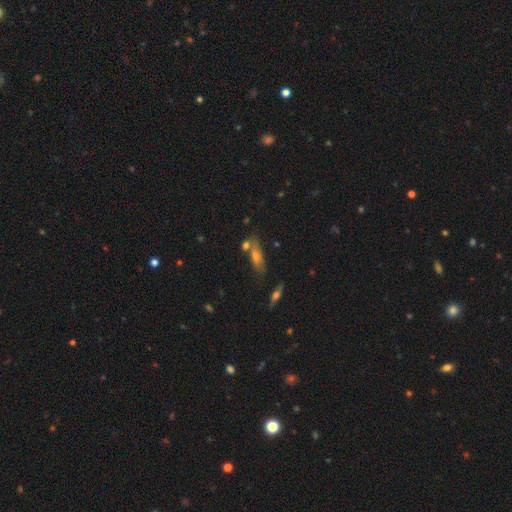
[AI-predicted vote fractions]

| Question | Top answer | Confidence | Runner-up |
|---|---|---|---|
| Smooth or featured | smooth | 54% | featured or disk (29%) |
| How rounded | in between | 54% | cigar-shaped (39%) |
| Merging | none | 61% | merger (20%) |